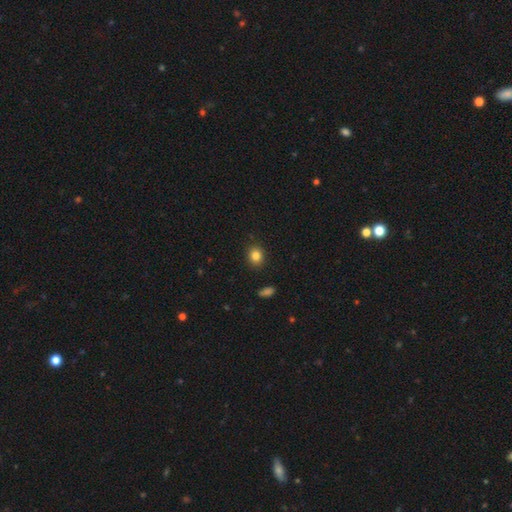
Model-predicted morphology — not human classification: Smooth or featured: smooth — 84% (star or artifact — 11%)
How rounded: round — 68% (in between — 31%)
Merging: none — 89% (minor disturbance — 7%)